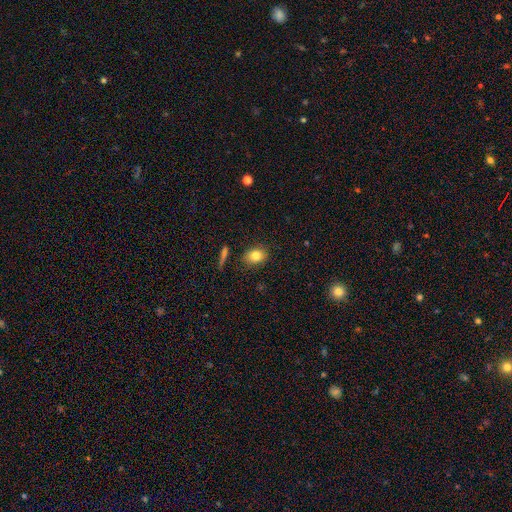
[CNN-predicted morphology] Q: Smooth or featured?
A: smooth (81%); runner-up: featured or disk (10%)
Q: How rounded?
A: in between (64%); runner-up: round (34%)
Q: Merging?
A: none (84%); runner-up: minor disturbance (11%)